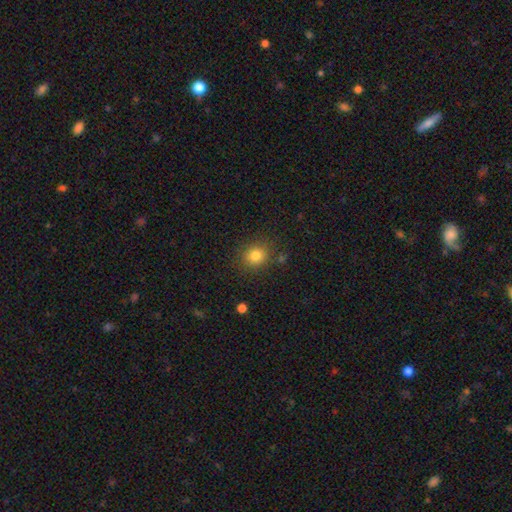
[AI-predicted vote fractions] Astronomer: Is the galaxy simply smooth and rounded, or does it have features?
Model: smooth — 81%.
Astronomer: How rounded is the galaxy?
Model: round — 79%.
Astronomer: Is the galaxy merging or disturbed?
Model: none — 83%.